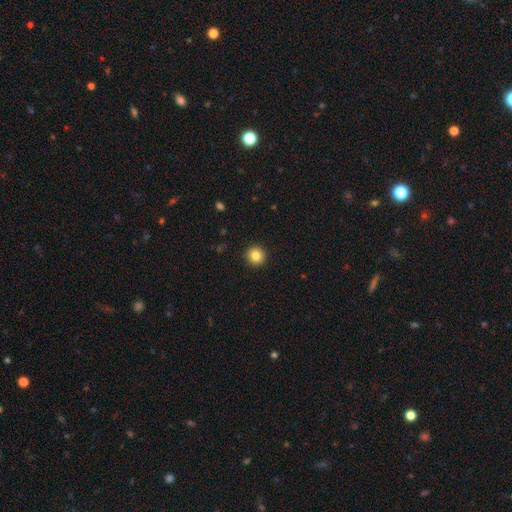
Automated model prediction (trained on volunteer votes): Smooth or featured?
  - smooth: 84% *
  - star or artifact: 10%
  - featured or disk: 6%
How rounded?
  - round: 95% *
  - in between: 4%
  - cigar-shaped: 1%
Merging?
  - none: 93% *
  - minor disturbance: 5%
  - major disturbance: 2%
  - merger: 1%